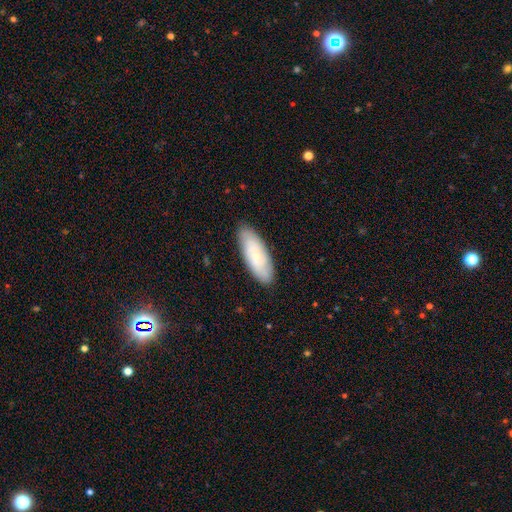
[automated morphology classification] Smooth or featured: smooth — 63% (featured or disk — 30%)
How rounded: in between — 69% (cigar-shaped — 29%)
Merging: none — 86% (minor disturbance — 11%)